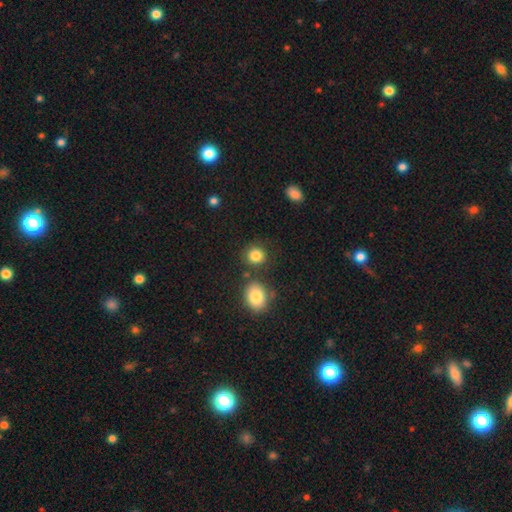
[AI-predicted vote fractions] The model was most divided on "how rounded": round: 81%, in between: 18%, cigar-shaped: 1%. More confident: smooth or featured — smooth (84%); merging — none (79%).